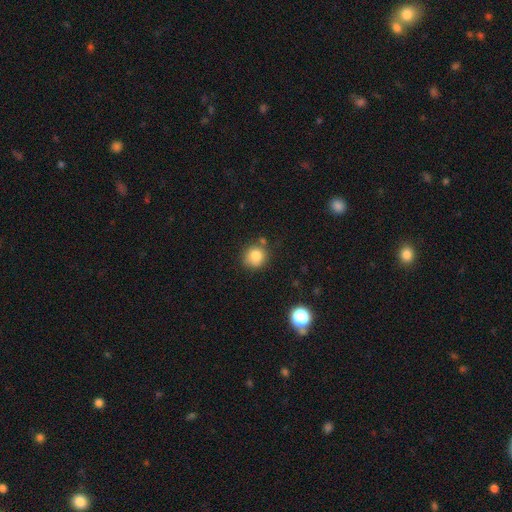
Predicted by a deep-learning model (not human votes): A smooth galaxy with no disk features (81%) that is round (85%).

Vote fractions:
- Smooth or featured? smooth: 81% / star or artifact: 11% / featured or disk: 8%
- How rounded? round: 85% / in between: 14% / cigar-shaped: 1%
- Merging? none: 71% / minor disturbance: 17% / merger: 8% / major disturbance: 4%